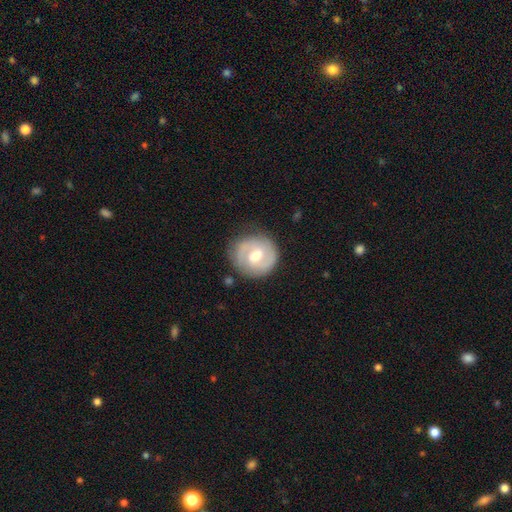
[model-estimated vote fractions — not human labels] Q: Smooth or featured?
A: featured or disk (72%); runner-up: smooth (23%)
Q: Edge-on disk?
A: no (98%); runner-up: yes (2%)
Q: Bar?
A: weak (53%); runner-up: no (31%)
Q: Spiral arms?
A: yes (85%); runner-up: no (15%)
Q: Spiral winding?
A: tight (48%); runner-up: medium (40%)
Q: Spiral arm count?
A: 2 (81%); runner-up: can't tell (9%)
Q: Bulge size?
A: moderate (73%); runner-up: small (16%)
Q: Merging?
A: none (82%); runner-up: minor disturbance (12%)